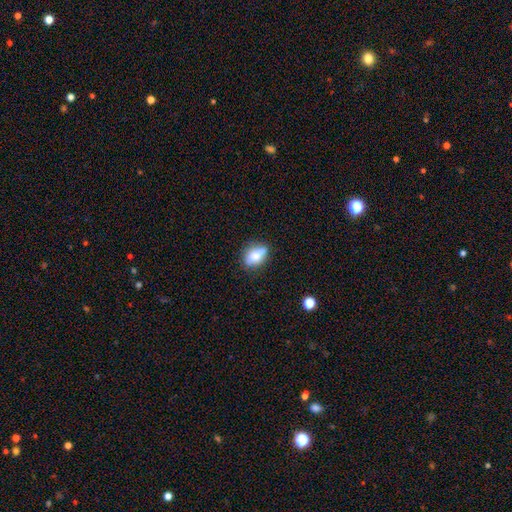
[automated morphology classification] type=smooth (70%); roundness=in between (78%); merging=none (69%).